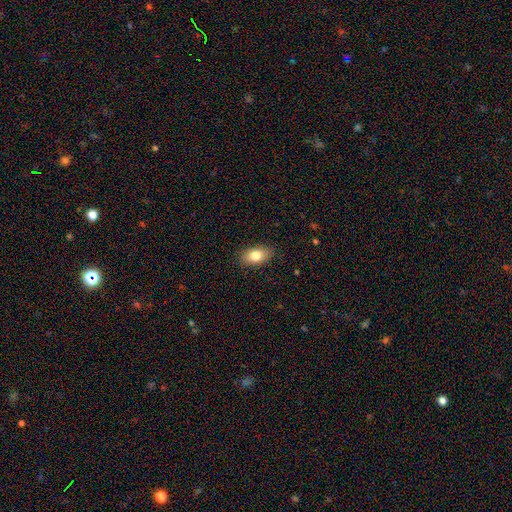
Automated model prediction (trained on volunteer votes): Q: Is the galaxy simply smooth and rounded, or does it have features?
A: smooth — 81%.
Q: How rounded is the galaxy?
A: in between — 90%.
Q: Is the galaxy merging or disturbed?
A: none — 87%.